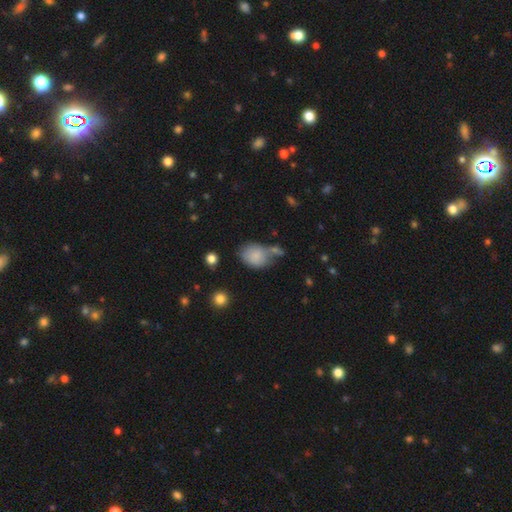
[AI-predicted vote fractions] Smooth or featured? Predicted: smooth (p=0.83). How rounded? Predicted: in between (p=0.64). Merging? Predicted: none (p=0.45).